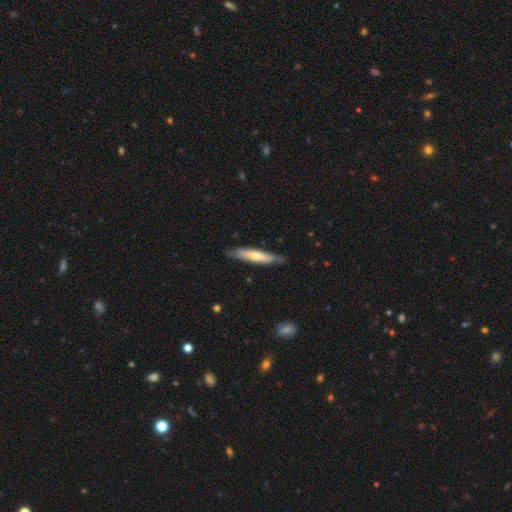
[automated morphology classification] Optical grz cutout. It shows a smooth galaxy with no disk features (51%) that is cigar-shaped (85%). Merging: none (76%).